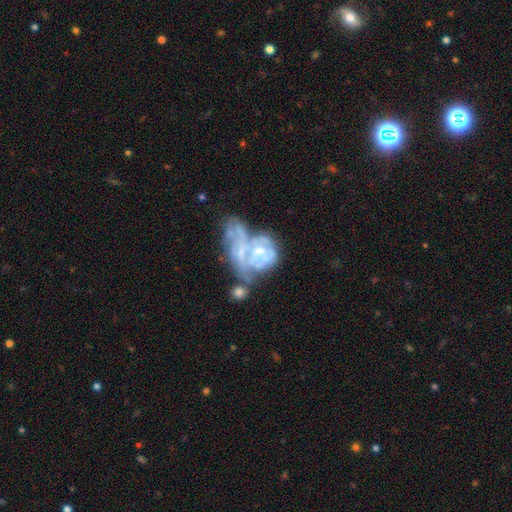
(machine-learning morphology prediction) Q: Smooth or featured?
A: featured or disk (66%); runner-up: star or artifact (17%)
Q: Edge-on disk?
A: no (96%); runner-up: yes (4%)
Q: Bar?
A: no (74%); runner-up: weak (19%)
Q: Spiral arms?
A: no (52%); runner-up: yes (48%)
Q: Bulge size?
A: small (44%); runner-up: moderate (31%)
Q: Merging?
A: merger (47%); runner-up: major disturbance (23%)